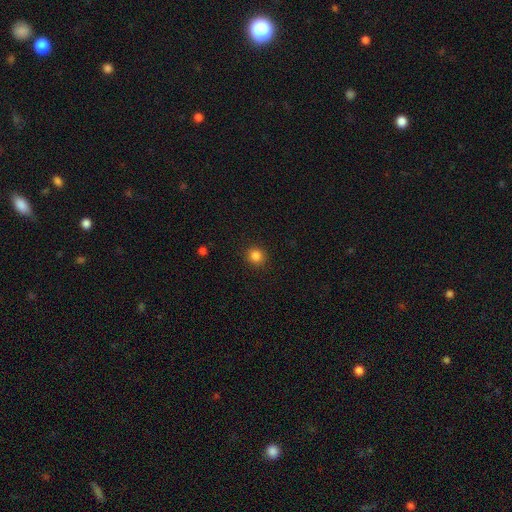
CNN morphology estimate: Smooth or featured: smooth — 85% (star or artifact — 11%)
How rounded: round — 91% (in between — 8%)
Merging: none — 91% (minor disturbance — 6%)